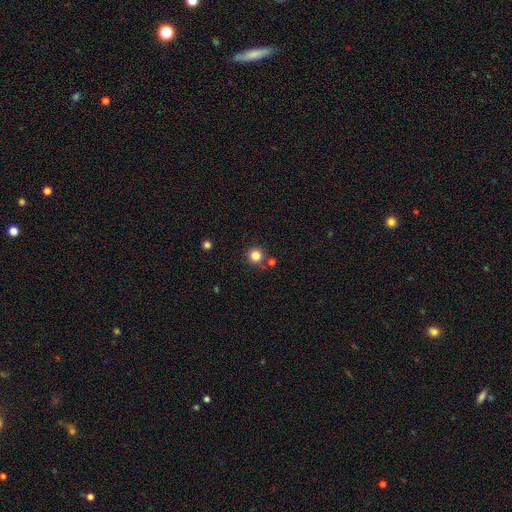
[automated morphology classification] Smooth or featured: smooth — 83% (star or artifact — 12%)
How rounded: round — 95% (in between — 4%)
Merging: none — 82% (merger — 8%)